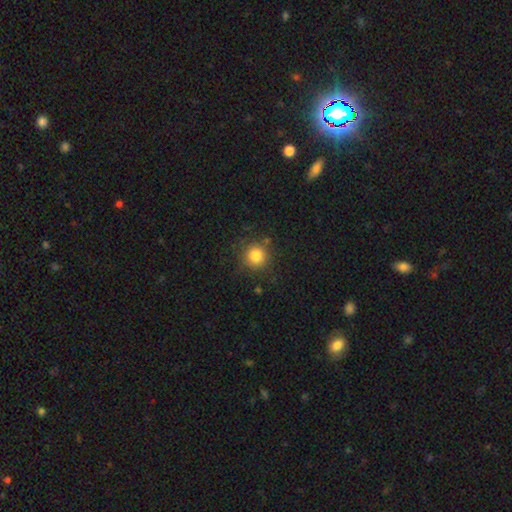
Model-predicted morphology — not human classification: Q: Smooth or featured?
A: smooth (82%); runner-up: star or artifact (12%)
Q: How rounded?
A: round (93%); runner-up: in between (6%)
Q: Merging?
A: none (84%); runner-up: minor disturbance (10%)